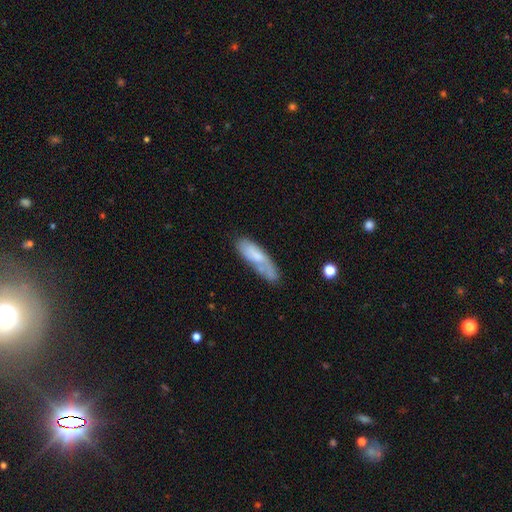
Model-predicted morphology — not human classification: Smooth or featured? Predicted: smooth (p=0.60). How rounded? Predicted: cigar-shaped (p=0.51). Merging? Predicted: none (p=0.51).